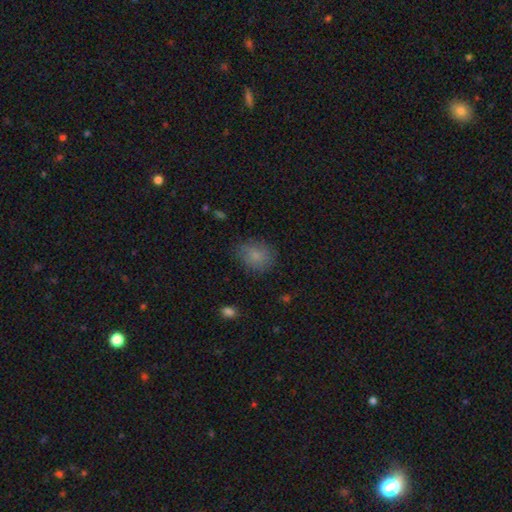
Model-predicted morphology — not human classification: Smooth or featured? smooth (82%)
How rounded? round (50%)
Merging? none (75%)